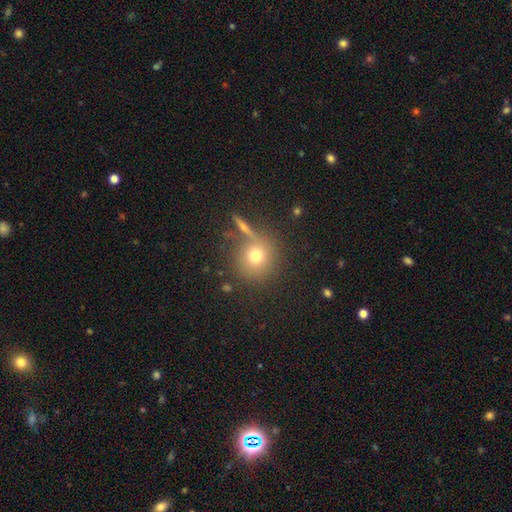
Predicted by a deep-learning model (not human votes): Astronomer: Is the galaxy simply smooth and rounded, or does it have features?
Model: smooth — 70%.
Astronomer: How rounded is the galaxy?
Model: round — 91%.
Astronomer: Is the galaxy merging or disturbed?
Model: none — 72%.